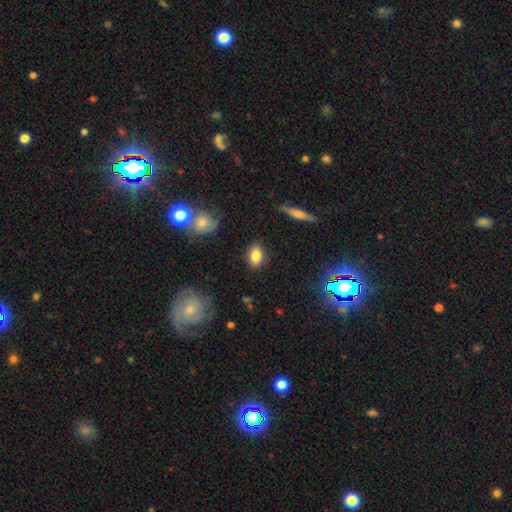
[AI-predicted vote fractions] smooth-or-featured: smooth: 83% | star or artifact: 9% | featured or disk: 8%
  how-rounded: in between: 81% | round: 16% | cigar-shaped: 3%
  merging: none: 87% | minor disturbance: 9% | major disturbance: 2% | merger: 2%